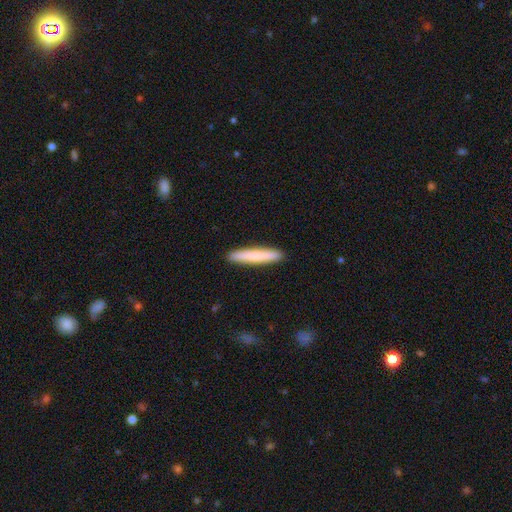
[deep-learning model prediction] A smooth galaxy with no disk features (77%) that is cigar-shaped (94%).

Vote fractions:
- Smooth or featured? smooth: 77% / featured or disk: 17% / star or artifact: 5%
- How rounded? cigar-shaped: 94% / in between: 4% / round: 1%
- Merging? none: 92% / minor disturbance: 6% / major disturbance: 1% / merger: 1%